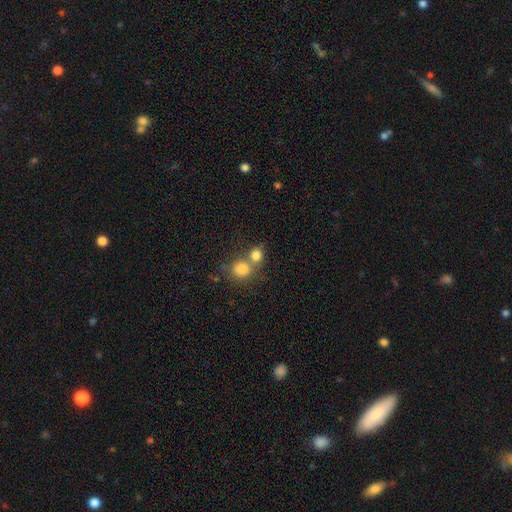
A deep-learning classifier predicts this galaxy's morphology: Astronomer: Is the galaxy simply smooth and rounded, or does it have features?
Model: smooth — 81%.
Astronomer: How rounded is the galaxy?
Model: round — 74%.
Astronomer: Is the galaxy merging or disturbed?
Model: merger — 48% (runner-up: none, 41%).